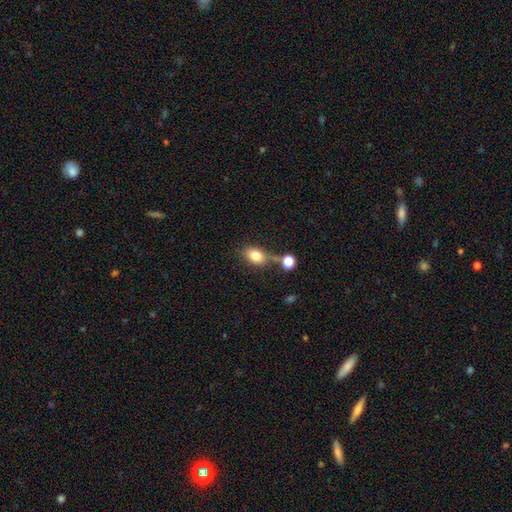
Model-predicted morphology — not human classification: type=smooth (79%); roundness=in between (76%); merging=none (49%).